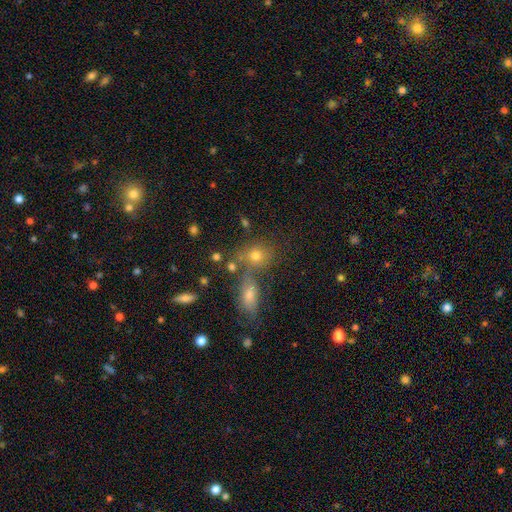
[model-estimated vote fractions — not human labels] A smooth galaxy with no disk features (72%) that is round (64%).

Vote fractions:
- Smooth or featured? smooth: 72% / star or artifact: 15% / featured or disk: 13%
- How rounded? round: 64% / in between: 34% / cigar-shaped: 2%
- Merging? none: 53% / merger: 28% / minor disturbance: 12% / major disturbance: 6%